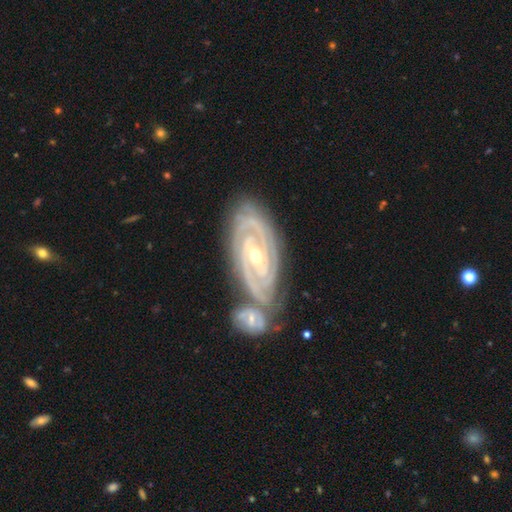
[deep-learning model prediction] Smooth or featured: featured or disk — 90% (smooth — 5%)
Edge-on disk: no — 94% (yes — 6%)
Bar: weak — 38% (no — 33%)
Spiral arms: yes — 96% (no — 4%)
Spiral winding: tight — 74% (medium — 22%)
Spiral arm count: 2 — 49% (can't tell — 20%)
Bulge size: small — 51% (moderate — 46%)
Merging: none — 53% (merger — 29%)